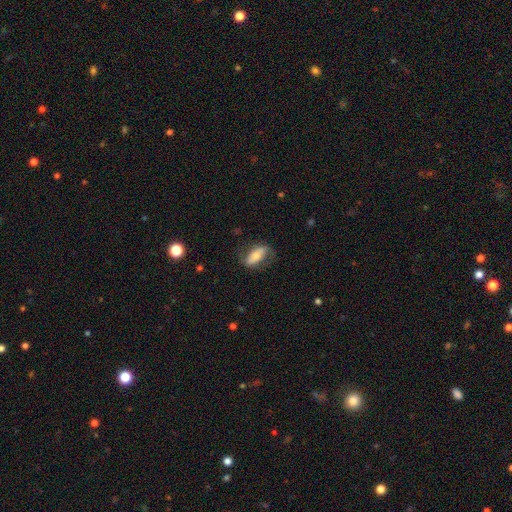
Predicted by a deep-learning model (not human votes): The model was most divided on "smooth or featured": smooth: 47%, featured or disk: 46%, star or artifact: 7%. More confident: merging — none (68%).